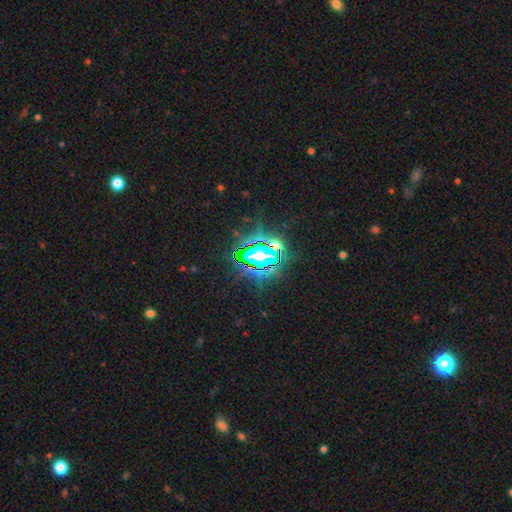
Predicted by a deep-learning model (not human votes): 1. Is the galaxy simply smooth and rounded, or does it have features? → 83% star or artifact, 10% smooth, 8% featured or disk.